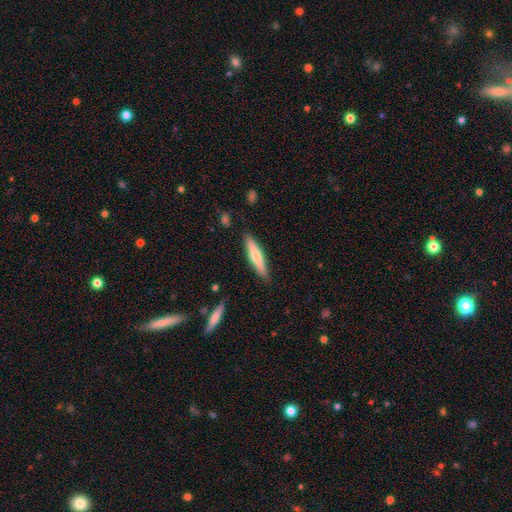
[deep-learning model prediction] smooth_or_featured: smooth (p=0.59) [alt: featured or disk p=0.35]
how_rounded: cigar-shaped (p=0.86) [alt: in between p=0.13]
merging: none (p=0.88) [alt: minor disturbance p=0.09]